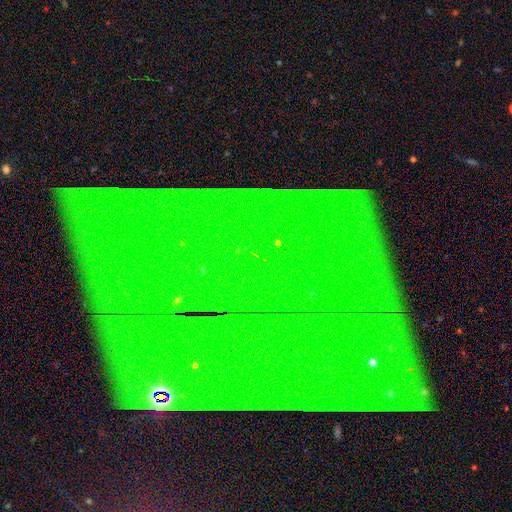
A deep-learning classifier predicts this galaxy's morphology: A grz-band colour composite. It shows a star or artifact, not a galaxy (84%).